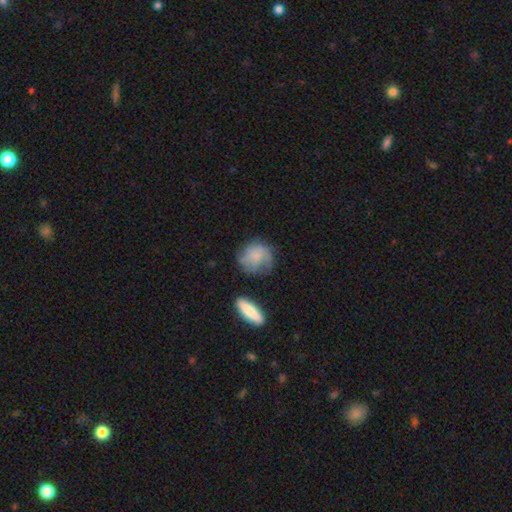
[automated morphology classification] Smooth or featured? Predicted: smooth (p=0.53). How rounded? Predicted: round (p=0.76). Merging? Predicted: none (p=0.56).